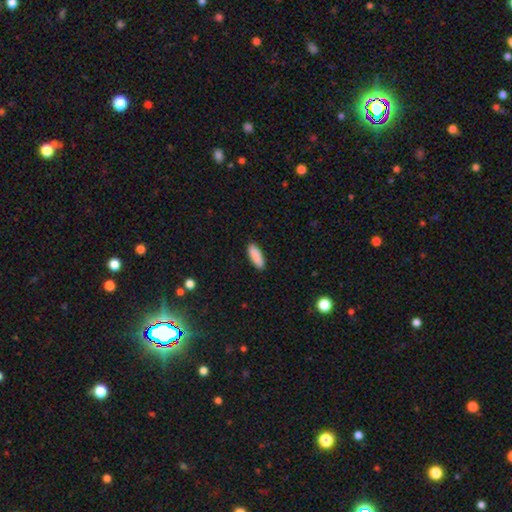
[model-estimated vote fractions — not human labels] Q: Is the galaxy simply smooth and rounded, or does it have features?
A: smooth — 89%.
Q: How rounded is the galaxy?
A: in between — 66%.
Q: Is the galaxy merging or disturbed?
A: none — 87%.